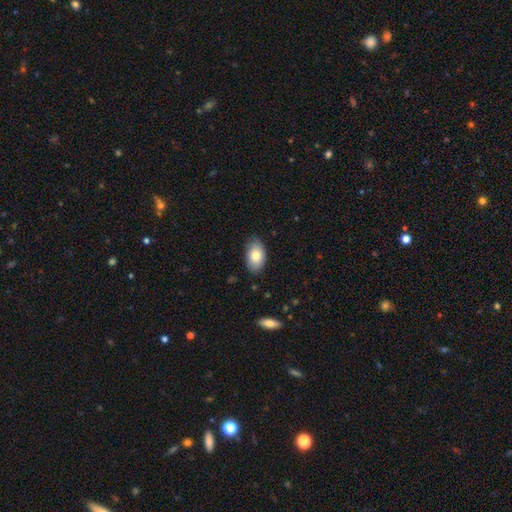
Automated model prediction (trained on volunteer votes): Overall: smooth (78%). How rounded: in between (92%). Merging: none (82%).